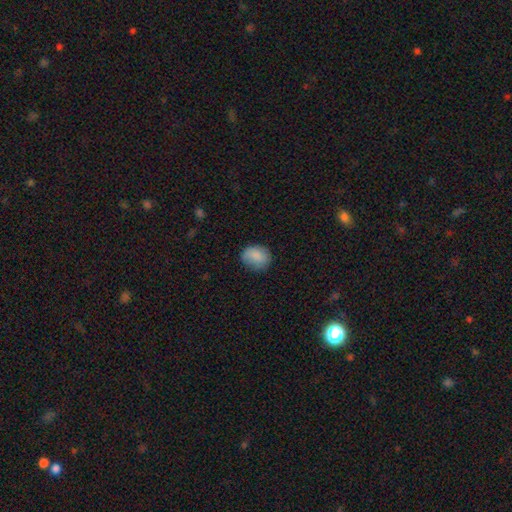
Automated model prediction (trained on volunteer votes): Q: Smooth or featured?
A: smooth (85%); runner-up: star or artifact (8%)
Q: How rounded?
A: round (53%); runner-up: in between (46%)
Q: Merging?
A: none (72%); runner-up: minor disturbance (22%)